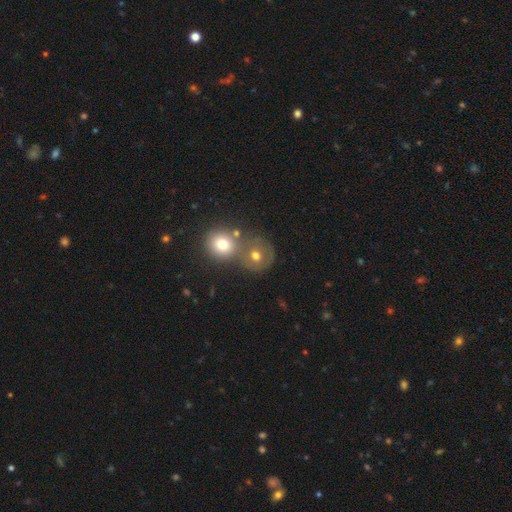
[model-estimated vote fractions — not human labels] Smooth or featured?
  - smooth: 60% *
  - featured or disk: 28%
  - star or artifact: 12%
How rounded?
  - round: 86% *
  - in between: 13%
  - cigar-shaped: 1%
Merging?
  - none: 43% *
  - merger: 39%
  - minor disturbance: 11%
  - major disturbance: 7%